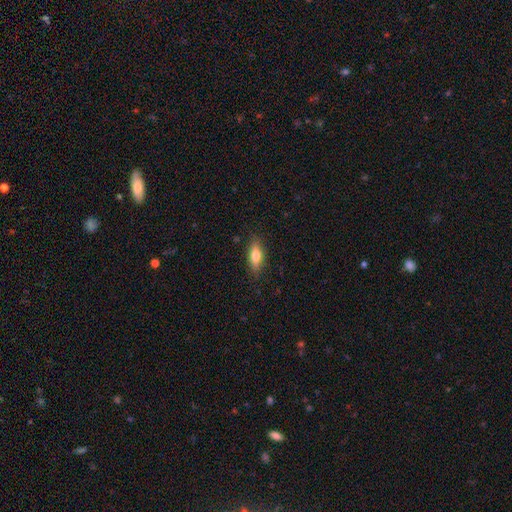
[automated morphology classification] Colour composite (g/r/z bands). It shows a smooth galaxy with no disk features (65%) that is in between round and cigar-shaped (63%). Merging: none (84%).